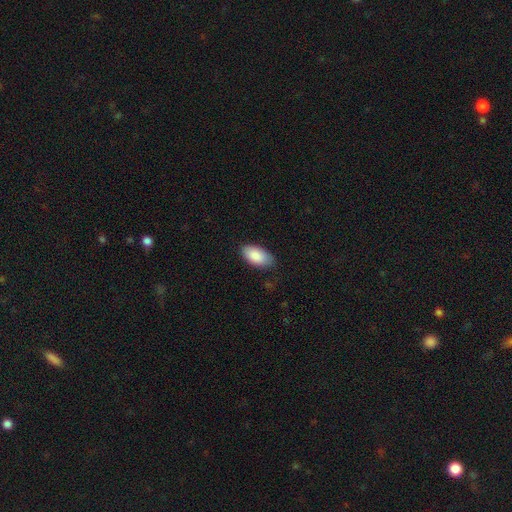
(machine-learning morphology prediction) Smooth or featured? smooth (87%)
How rounded? in between (95%)
Merging? none (79%)